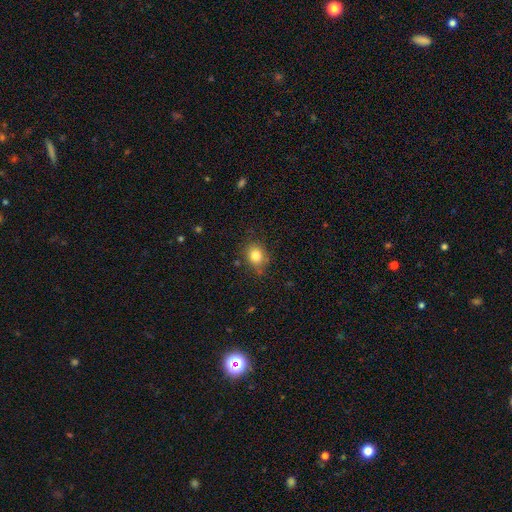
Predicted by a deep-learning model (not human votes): Morphology: type=smooth (81%); roundness=round (60%); merging=none (78%).